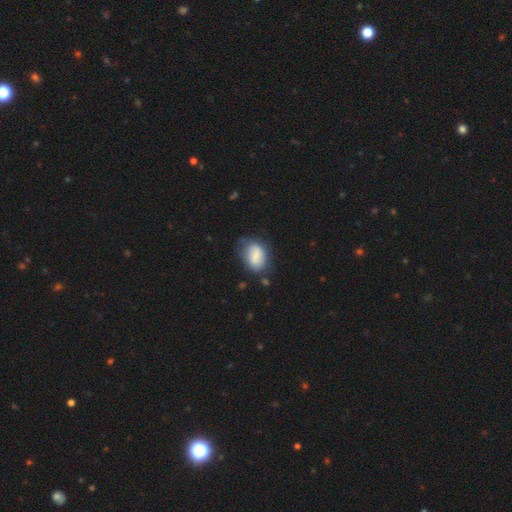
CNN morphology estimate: type=smooth (77%); roundness=in between (80%); merging=none (57%).